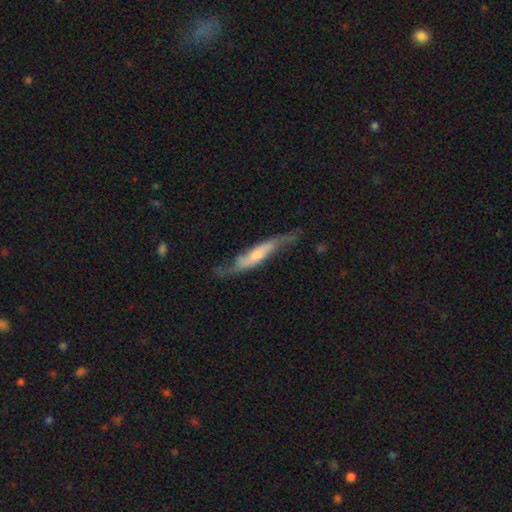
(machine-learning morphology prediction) This is likely a featured or disk galaxy (73%). It is possibly not viewed edge-on (51%). Merging: likely none (66%).